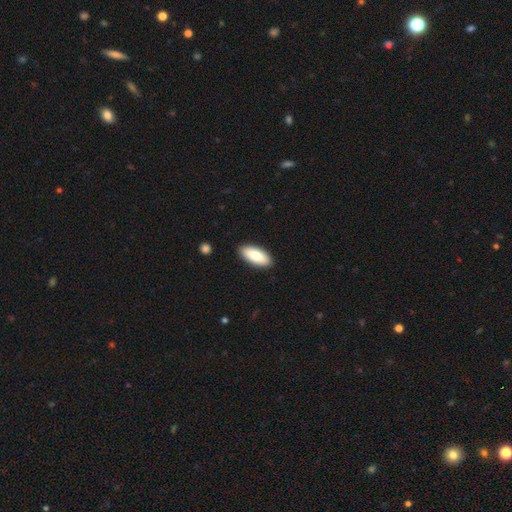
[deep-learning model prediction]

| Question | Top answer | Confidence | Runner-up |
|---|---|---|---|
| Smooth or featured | smooth | 83% | featured or disk (11%) |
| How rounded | in between | 85% | cigar-shaped (13%) |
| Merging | none | 89% | minor disturbance (8%) |